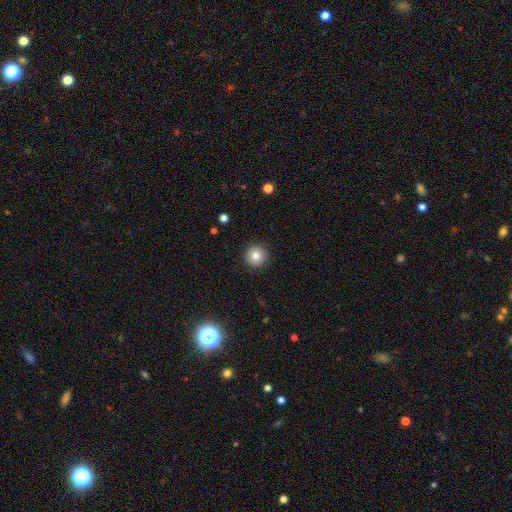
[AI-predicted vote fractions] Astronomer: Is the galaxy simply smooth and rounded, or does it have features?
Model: smooth — 82%.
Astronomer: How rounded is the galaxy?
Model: round — 96%.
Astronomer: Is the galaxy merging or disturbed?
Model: none — 93%.